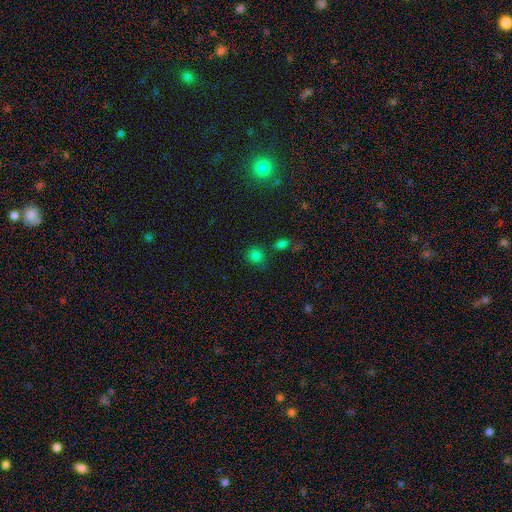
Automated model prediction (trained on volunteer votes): A smooth galaxy with no disk features (76%) that is round (83%).

Vote fractions:
- Smooth or featured? smooth: 76% / star or artifact: 19% / featured or disk: 5%
- How rounded? round: 83% / in between: 16% / cigar-shaped: 1%
- Merging? none: 71% / merger: 12% / minor disturbance: 12% / major disturbance: 5%